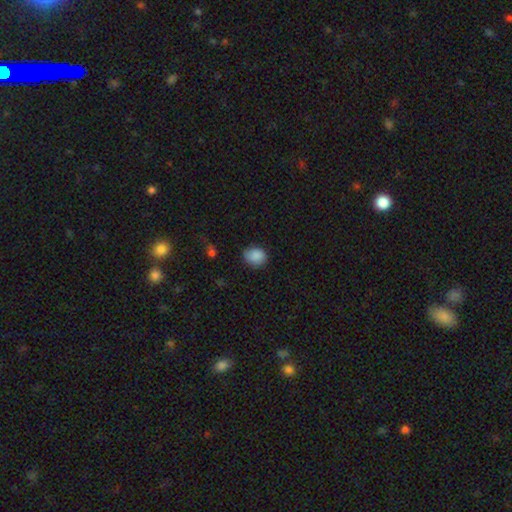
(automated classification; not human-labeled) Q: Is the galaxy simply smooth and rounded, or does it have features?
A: smooth — 86%.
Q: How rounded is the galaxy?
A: round — 61%.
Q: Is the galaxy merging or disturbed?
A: none — 71%.